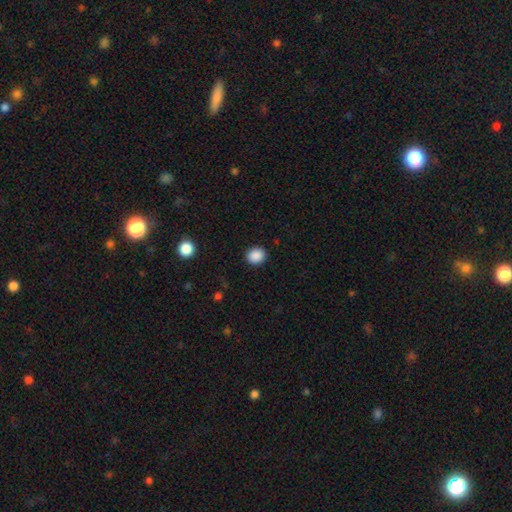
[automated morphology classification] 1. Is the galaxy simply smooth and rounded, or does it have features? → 88% smooth, 9% star or artifact, 3% featured or disk.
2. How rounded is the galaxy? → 70% round, 30% in between, 1% cigar-shaped.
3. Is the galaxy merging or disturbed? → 90% none, 7% minor disturbance, 2% major disturbance, 1% merger.